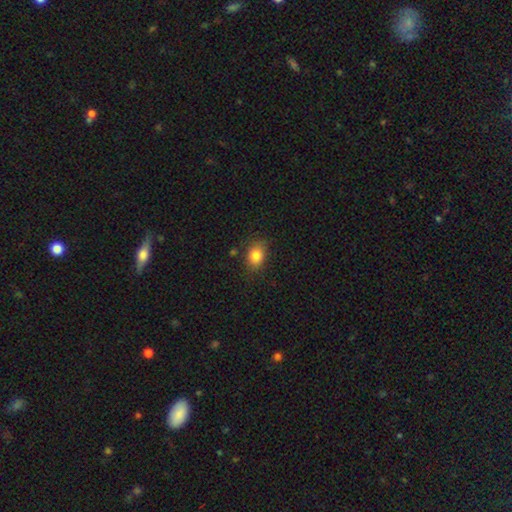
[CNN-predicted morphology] type=smooth (83%); roundness=in between (57%); merging=none (78%).